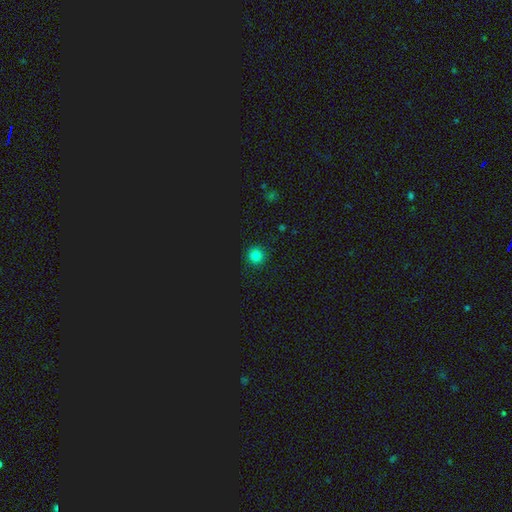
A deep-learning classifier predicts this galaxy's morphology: This is likely a smooth galaxy (78%). How rounded: clearly round (95%). Merging: clearly none (91%).